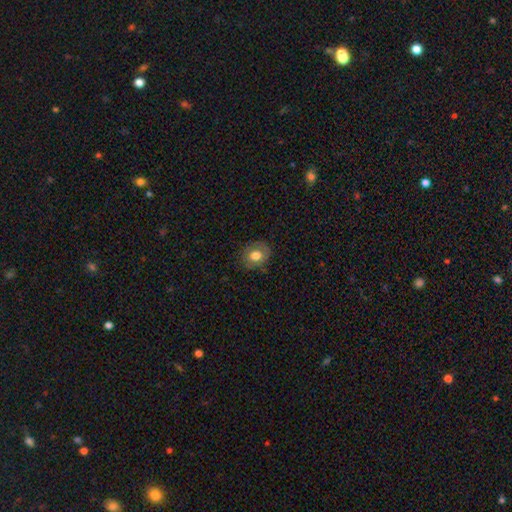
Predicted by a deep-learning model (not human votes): smooth-or-featured: smooth: 73% | featured or disk: 18% | star or artifact: 9%
  how-rounded: round: 61% | in between: 38% | cigar-shaped: 1%
  merging: none: 80% | minor disturbance: 15% | major disturbance: 4% | merger: 1%